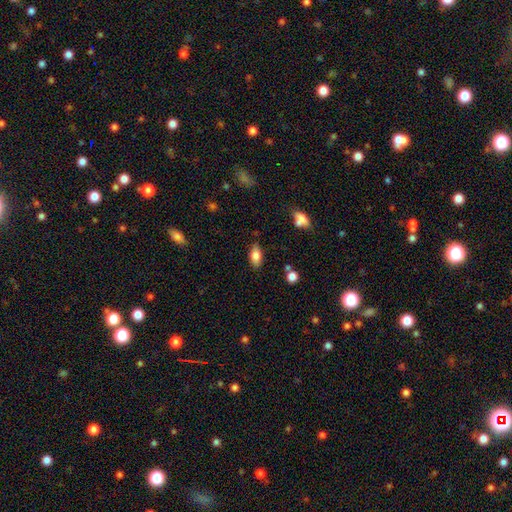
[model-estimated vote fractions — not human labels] smooth_or_featured: smooth (p=0.80) [alt: featured or disk p=0.11]
how_rounded: in between (p=0.89) [alt: cigar-shaped p=0.06]
merging: none (p=0.81) [alt: minor disturbance p=0.14]